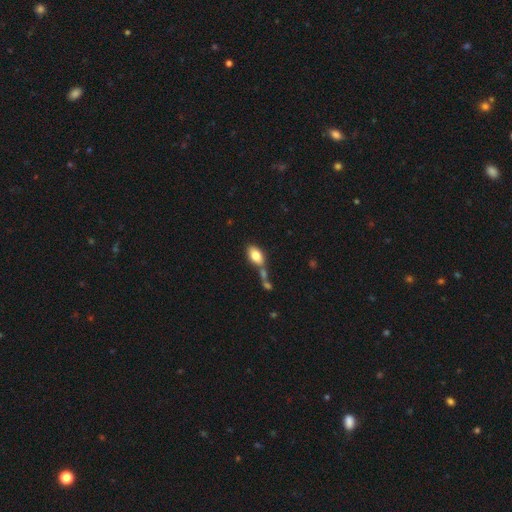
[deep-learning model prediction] Q: Smooth or featured?
A: smooth (81%); runner-up: featured or disk (12%)
Q: How rounded?
A: in between (91%); runner-up: round (6%)
Q: Merging?
A: none (49%); runner-up: merger (29%)